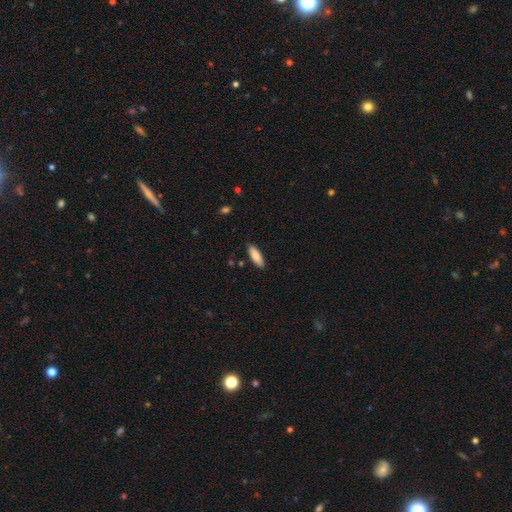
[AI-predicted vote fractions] smooth-or-featured: smooth: 86% | featured or disk: 8% | star or artifact: 6%
  how-rounded: in between: 63% | cigar-shaped: 35% | round: 1%
  merging: none: 86% | minor disturbance: 10% | major disturbance: 2% | merger: 1%